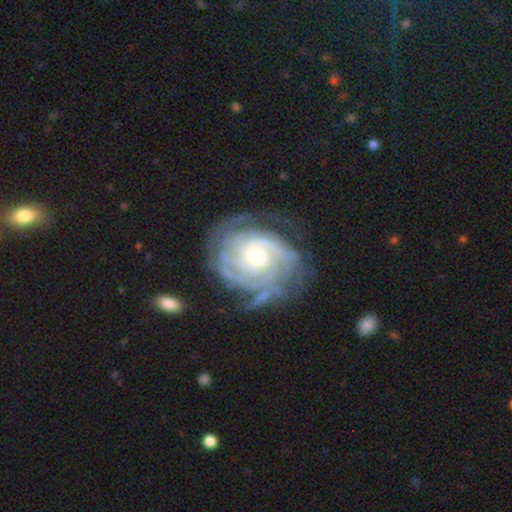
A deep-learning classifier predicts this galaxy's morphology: This is clearly a featured or disk galaxy (89%). It is clearly not viewed edge-on (98%). Bar: likely no (64%). Spiral arm pattern: clearly yes (97%). Spiral arm count: marginally can't tell (28%). Spiral winding: likely tight (75%). Central bulge: possibly moderate (56%). Merging: likely none (65%).